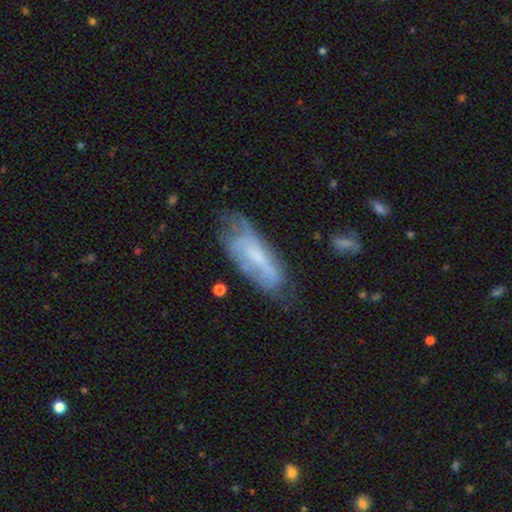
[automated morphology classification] Q: Smooth or featured?
A: featured or disk (52%); runner-up: smooth (40%)
Q: Edge-on disk?
A: no (80%); runner-up: yes (20%)
Q: Merging?
A: none (48%); runner-up: minor disturbance (31%)